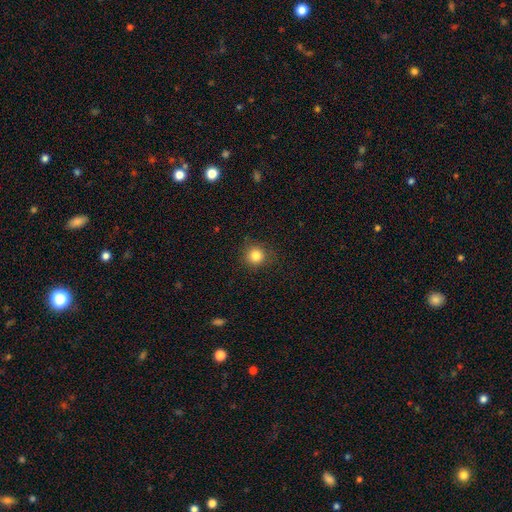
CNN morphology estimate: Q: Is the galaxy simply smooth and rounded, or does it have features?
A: smooth — 83%.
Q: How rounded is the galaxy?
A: round — 91%.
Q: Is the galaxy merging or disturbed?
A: none — 85%.